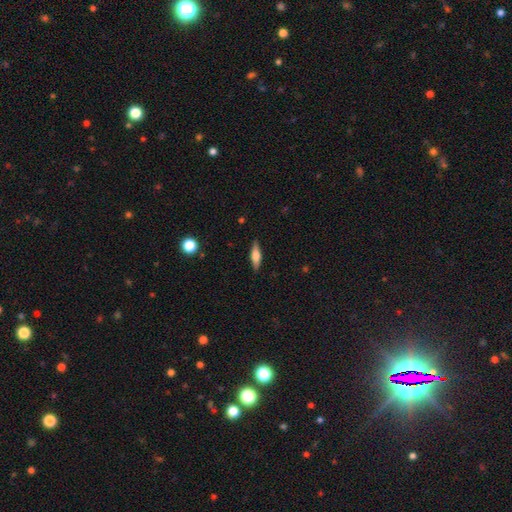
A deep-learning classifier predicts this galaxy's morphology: Overall: smooth (51%; featured or disk 42%). How rounded: cigar-shaped (62%; in between 36%). Merging: none (88%).